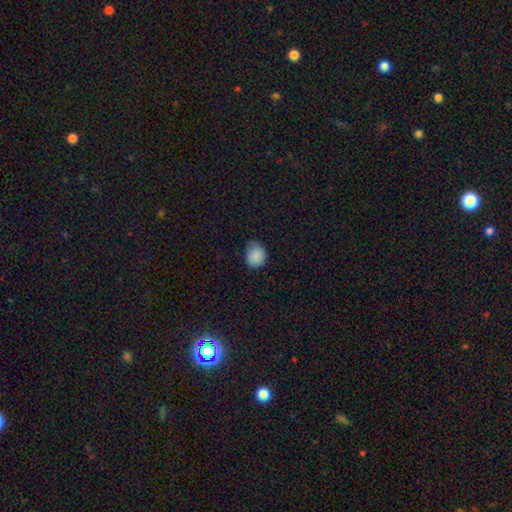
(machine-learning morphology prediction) Q: Smooth or featured?
A: smooth (86%); runner-up: star or artifact (9%)
Q: How rounded?
A: round (63%); runner-up: in between (36%)
Q: Merging?
A: none (59%); runner-up: minor disturbance (35%)